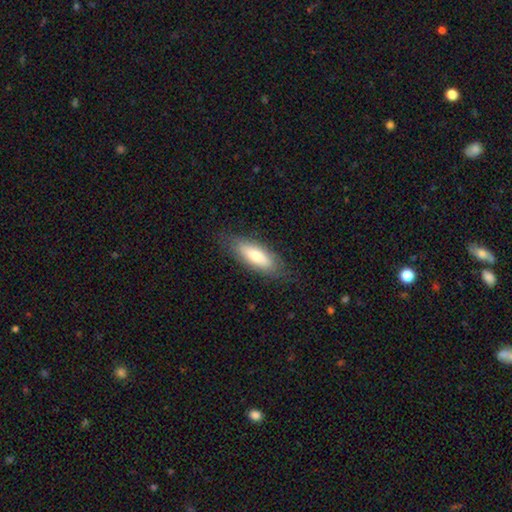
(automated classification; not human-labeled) Smooth or featured: smooth — 71% (featured or disk — 22%)
How rounded: in between — 60% (cigar-shaped — 38%)
Merging: none — 81% (minor disturbance — 14%)